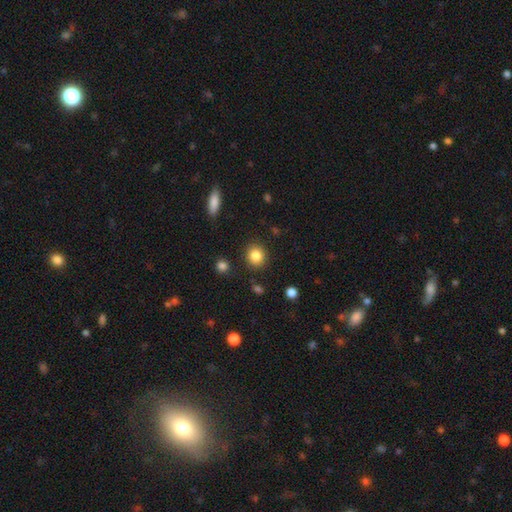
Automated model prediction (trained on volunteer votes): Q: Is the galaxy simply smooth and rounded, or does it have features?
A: smooth — 85%.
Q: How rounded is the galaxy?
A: round — 83%.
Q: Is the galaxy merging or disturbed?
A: none — 89%.